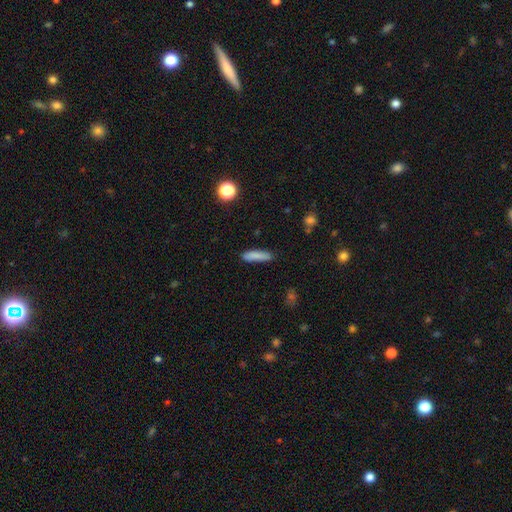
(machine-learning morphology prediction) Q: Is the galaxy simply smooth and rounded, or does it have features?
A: smooth — 83%.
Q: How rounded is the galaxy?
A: cigar-shaped — 77%.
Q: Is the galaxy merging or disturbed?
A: none — 84%.